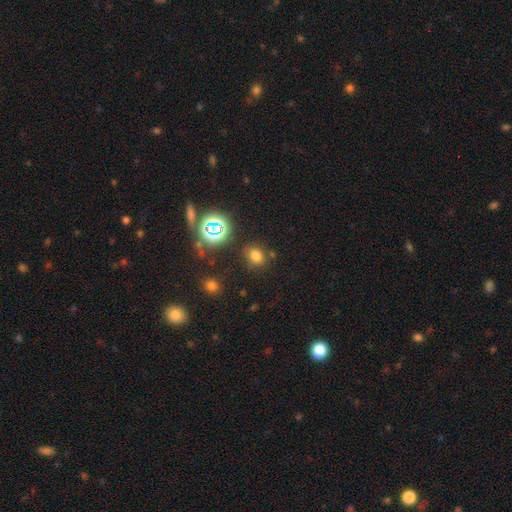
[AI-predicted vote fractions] This appears to be a smooth galaxy with no disk features (70%) that is round (59%). Merging: none (79%).